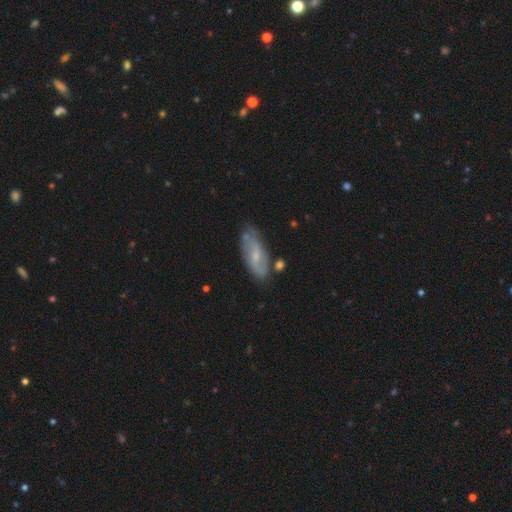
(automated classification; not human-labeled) Smooth or featured? Predicted: featured or disk (p=0.57). Edge-on disk? Predicted: no (p=0.87). Merging? Predicted: none (p=0.70).